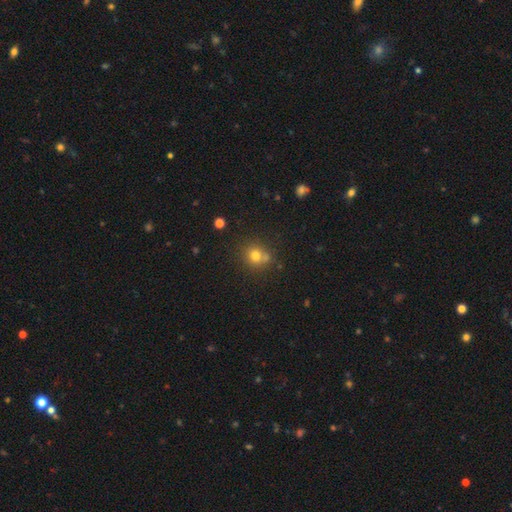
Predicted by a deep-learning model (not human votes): Smooth or featured? Predicted: smooth (p=0.76). How rounded? Predicted: round (p=0.81). Merging? Predicted: none (p=0.62).